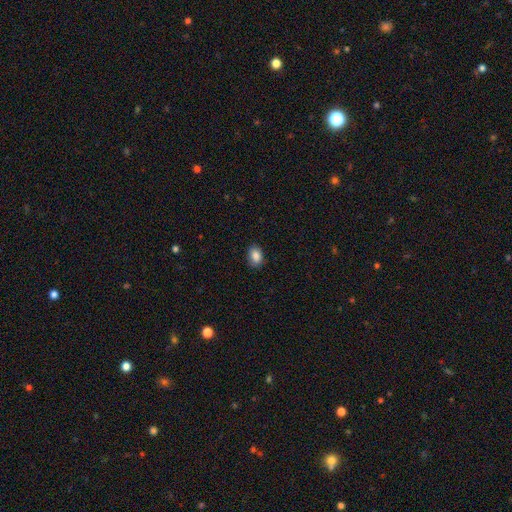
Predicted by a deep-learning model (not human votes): smooth_or_featured: smooth (p=0.88) [alt: star or artifact p=0.08]
how_rounded: in between (p=0.81) [alt: round p=0.18]
merging: none (p=0.85) [alt: minor disturbance p=0.11]